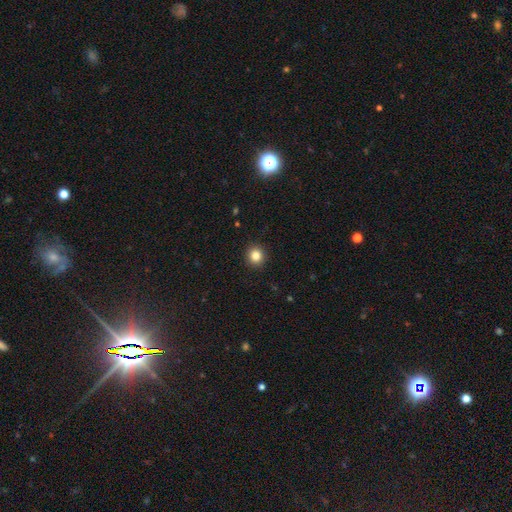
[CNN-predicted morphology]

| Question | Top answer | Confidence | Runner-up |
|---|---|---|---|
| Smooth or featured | smooth | 84% | star or artifact (11%) |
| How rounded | round | 87% | in between (12%) |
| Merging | none | 92% | minor disturbance (5%) |